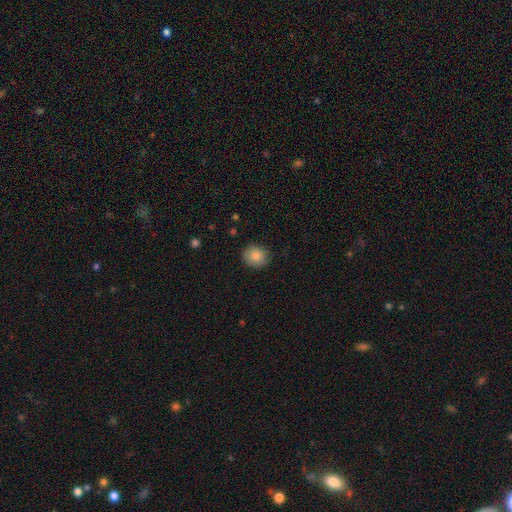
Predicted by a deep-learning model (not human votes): The model was most divided on "how rounded": round: 77%, in between: 22%, cigar-shaped: 1%. More confident: smooth or featured — smooth (85%); merging — none (84%).